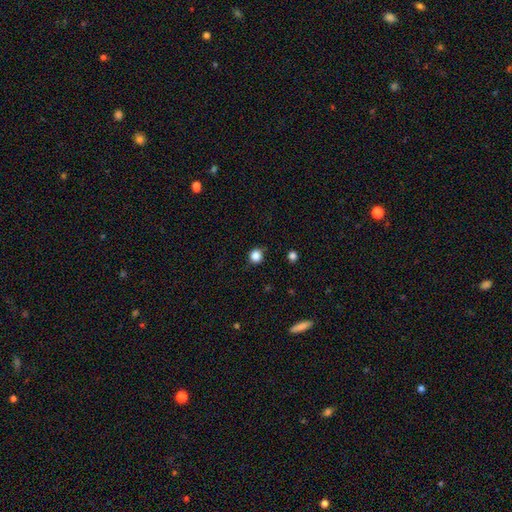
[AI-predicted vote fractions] A smooth galaxy with no disk features (85%) that is round (91%). Merging: none (83%).